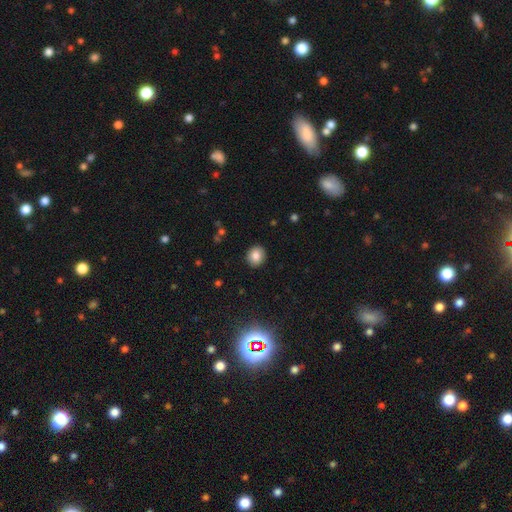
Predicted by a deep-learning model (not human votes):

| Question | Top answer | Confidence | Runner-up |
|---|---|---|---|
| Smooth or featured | smooth | 83% | star or artifact (10%) |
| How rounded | round | 76% | in between (23%) |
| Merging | none | 90% | minor disturbance (7%) |